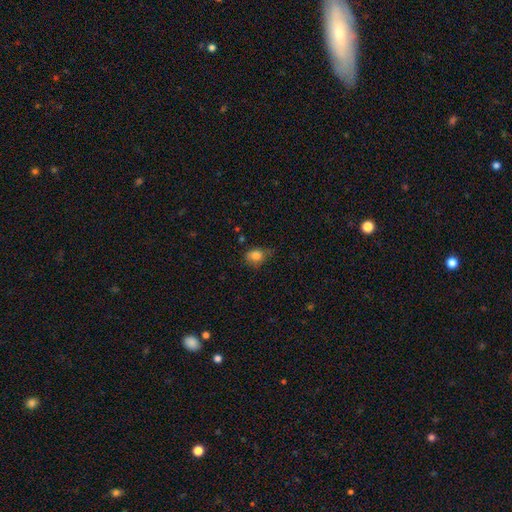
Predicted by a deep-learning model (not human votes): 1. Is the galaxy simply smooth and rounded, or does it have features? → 83% smooth, 10% star or artifact, 7% featured or disk.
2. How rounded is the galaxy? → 50% in between, 48% round, 1% cigar-shaped.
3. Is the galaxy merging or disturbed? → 58% none, 32% minor disturbance, 8% major disturbance, 2% merger.